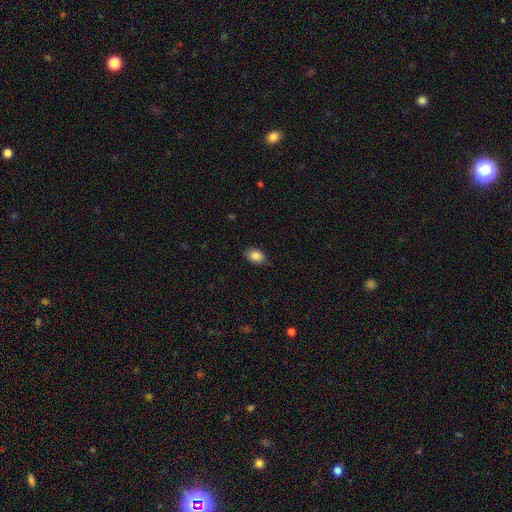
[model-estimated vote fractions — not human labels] A smooth galaxy with no disk features (87%) that is in between round and cigar-shaped (84%).

Vote fractions:
- Smooth or featured? smooth: 87% / star or artifact: 8% / featured or disk: 5%
- How rounded? in between: 84% / round: 15% / cigar-shaped: 1%
- Merging? none: 82% / minor disturbance: 14% / major disturbance: 3% / merger: 1%